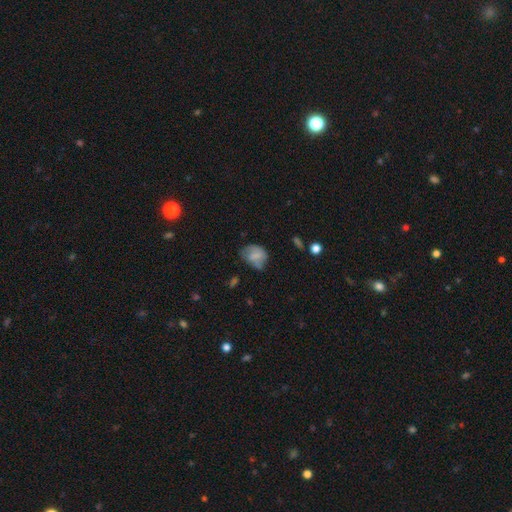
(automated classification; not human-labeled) smooth 66%, featured or disk 25%, star or artifact 9%. Down the decision tree: how rounded — in between (63%); merging — none (45%).